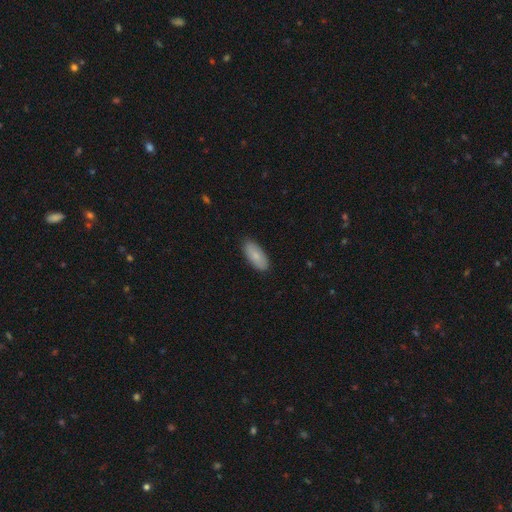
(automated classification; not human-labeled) smooth_or_featured: smooth (p=0.82) [alt: featured or disk p=0.12]
how_rounded: in between (p=0.88) [alt: cigar-shaped p=0.10]
merging: none (p=0.87) [alt: minor disturbance p=0.10]